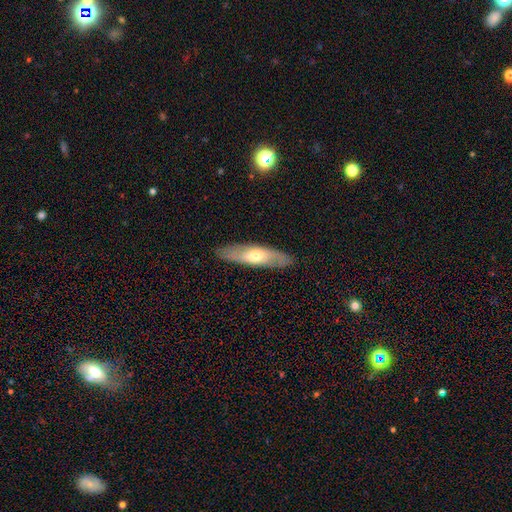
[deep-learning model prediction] A featured or disk galaxy (48%). Merging: none (87%).